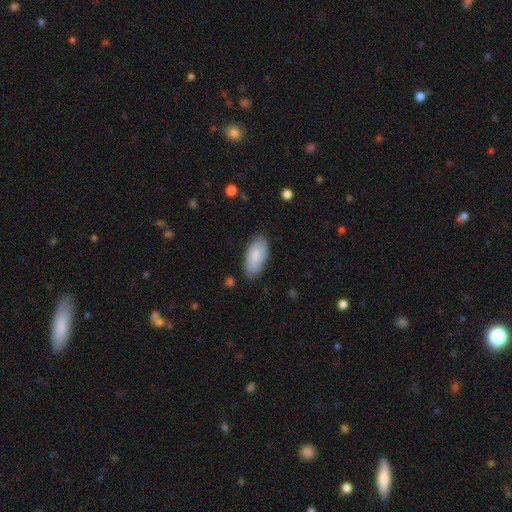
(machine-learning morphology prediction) Q: Smooth or featured?
A: smooth (84%); runner-up: featured or disk (10%)
Q: How rounded?
A: in between (91%); runner-up: cigar-shaped (7%)
Q: Merging?
A: none (82%); runner-up: minor disturbance (14%)